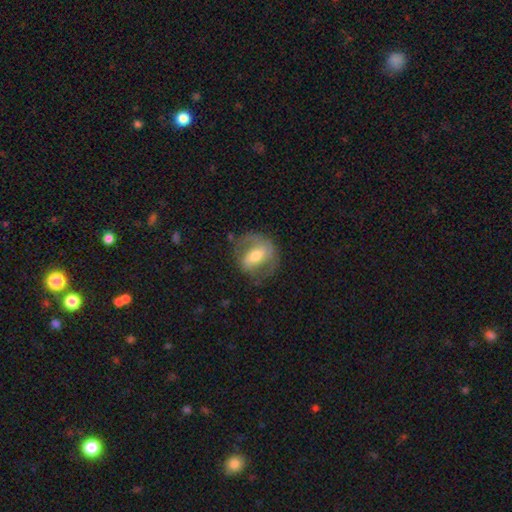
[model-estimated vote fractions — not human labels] Q: Smooth or featured?
A: featured or disk (63%); runner-up: smooth (30%)
Q: Edge-on disk?
A: no (93%); runner-up: yes (7%)
Q: Bar?
A: strong (43%); runner-up: weak (37%)
Q: Spiral arms?
A: yes (68%); runner-up: no (32%)
Q: Bulge size?
A: moderate (65%); runner-up: small (23%)
Q: Merging?
A: none (62%); runner-up: minor disturbance (21%)